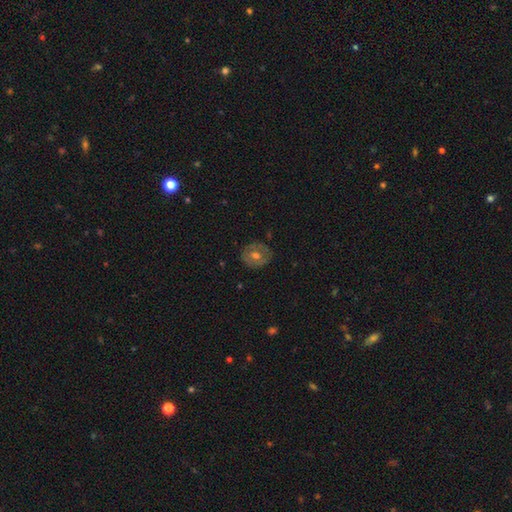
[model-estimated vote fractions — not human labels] Smooth or featured?
  - featured or disk: 47% *
  - smooth: 45%
  - star or artifact: 8%
Merging?
  - none: 81% *
  - minor disturbance: 14%
  - major disturbance: 4%
  - merger: 1%